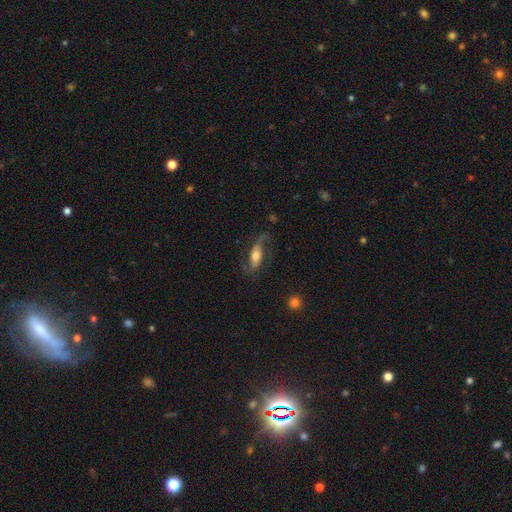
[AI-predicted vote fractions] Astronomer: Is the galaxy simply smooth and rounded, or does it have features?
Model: featured or disk — 64%.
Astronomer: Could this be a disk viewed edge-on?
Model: no — 82%.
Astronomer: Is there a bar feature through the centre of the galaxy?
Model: no — 42% (runner-up: weak, 30%).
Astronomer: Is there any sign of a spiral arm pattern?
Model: yes — 88%.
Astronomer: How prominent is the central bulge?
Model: moderate — 55%.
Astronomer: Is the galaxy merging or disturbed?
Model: none — 60%.